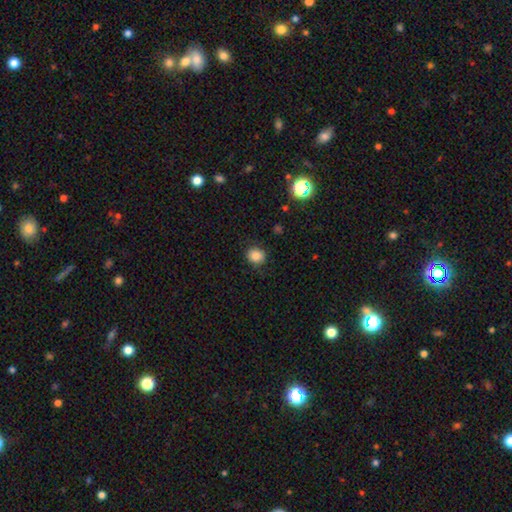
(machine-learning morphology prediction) A smooth galaxy with no disk features (84%) that is round (78%).

Vote fractions:
- Smooth or featured? smooth: 84% / star or artifact: 11% / featured or disk: 5%
- How rounded? round: 78% / in between: 22% / cigar-shaped: 1%
- Merging? none: 86% / minor disturbance: 10% / major disturbance: 3% / merger: 1%